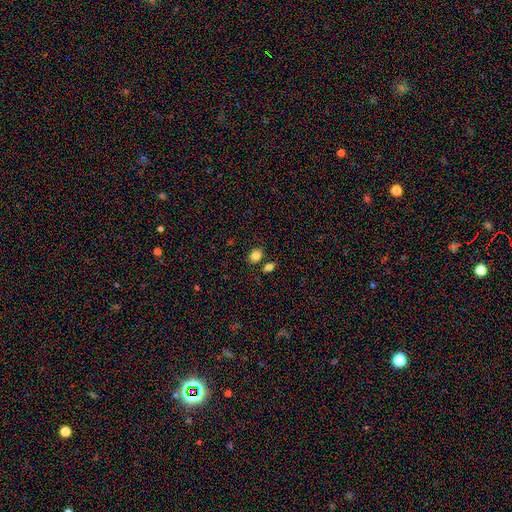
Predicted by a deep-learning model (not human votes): Smooth or featured: smooth — 84% (star or artifact — 10%)
How rounded: in between — 60% (round — 39%)
Merging: none — 77% (merger — 10%)